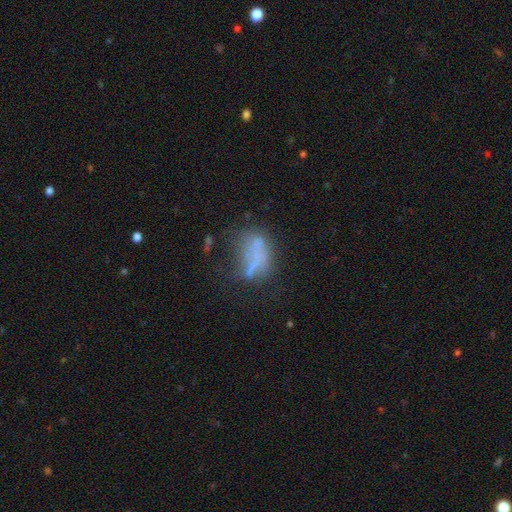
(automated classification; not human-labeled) smooth_or_featured: smooth (p=0.44) [alt: featured or disk p=0.37]
merging: none (p=0.35) [alt: major disturbance p=0.30]